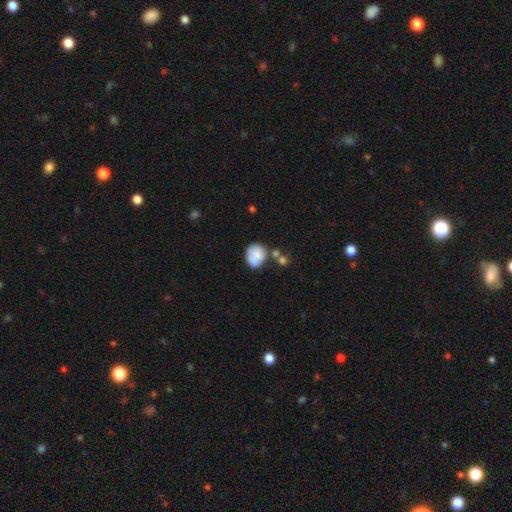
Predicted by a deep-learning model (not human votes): Overall: smooth (80%). How rounded: round (66%; in between 33%). Merging: none (52%; minor disturbance 22%).